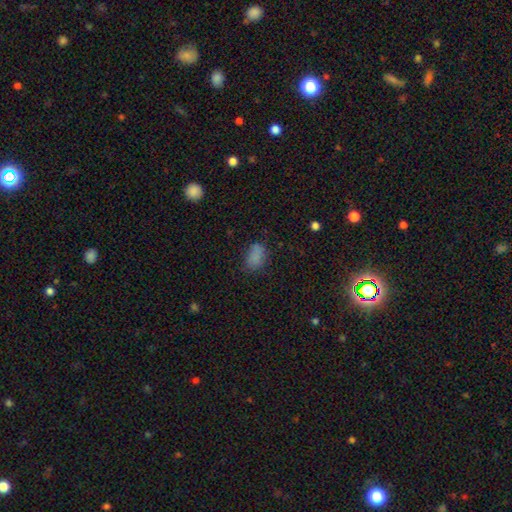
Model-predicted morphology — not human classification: smooth-or-featured: smooth: 79% | star or artifact: 13% | featured or disk: 8%
  how-rounded: in between: 84% | round: 14% | cigar-shaped: 2%
  merging: none: 67% | minor disturbance: 21% | major disturbance: 8% | merger: 3%